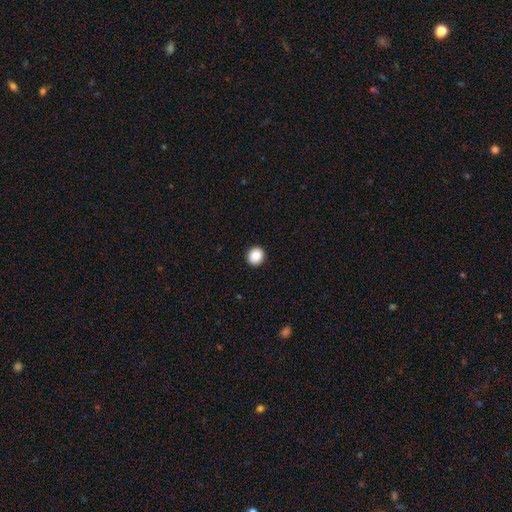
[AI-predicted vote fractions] Smooth or featured? Predicted: smooth (p=0.88). How rounded? Predicted: round (p=0.92). Merging? Predicted: none (p=0.93).